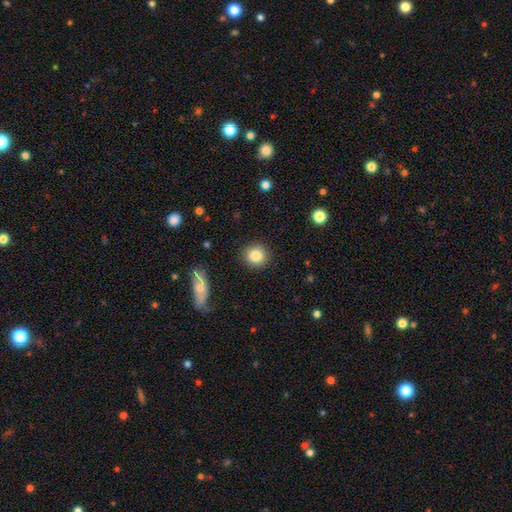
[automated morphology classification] This is clearly a smooth galaxy (84%). How rounded: clearly round (89%). Merging: clearly none (89%).